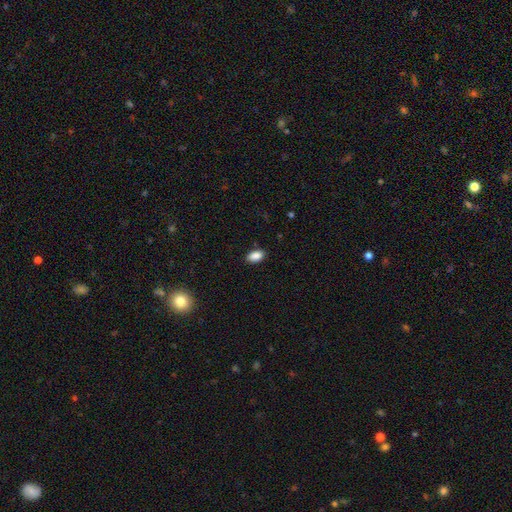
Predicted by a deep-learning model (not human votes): Morphology: type=smooth (88%); roundness=in between (92%); merging=none (86%).